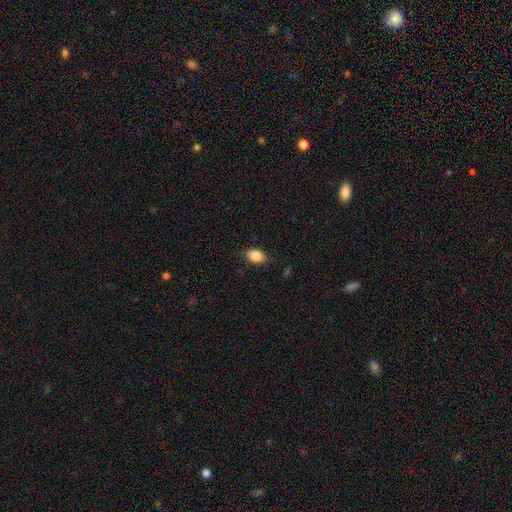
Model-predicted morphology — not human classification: Smooth or featured: smooth — 87% (star or artifact — 8%)
How rounded: in between — 86% (round — 13%)
Merging: none — 83% (minor disturbance — 13%)